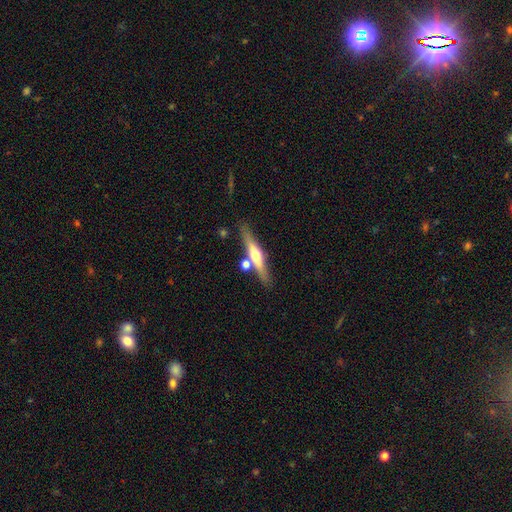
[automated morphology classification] Smooth or featured?
  - featured or disk: 61% *
  - smooth: 33%
  - star or artifact: 6%
Edge-on disk?
  - yes: 94% *
  - no: 6%
Edge-on bulge?
  - rounded: 92% *
  - none: 5%
  - boxy: 4%
Merging?
  - none: 75% *
  - merger: 12%
  - minor disturbance: 10%
  - major disturbance: 3%